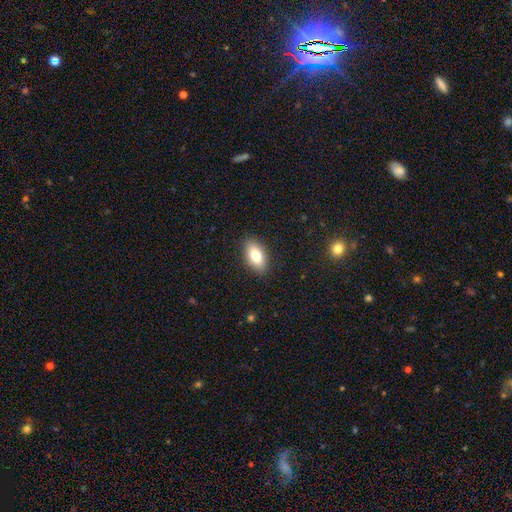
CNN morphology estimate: A smooth galaxy with no disk features (79%) that is in between round and cigar-shaped (90%).

Vote fractions:
- Smooth or featured? smooth: 79% / featured or disk: 13% / star or artifact: 7%
- How rounded? in between: 90% / cigar-shaped: 5% / round: 5%
- Merging? none: 88% / minor disturbance: 9% / major disturbance: 2% / merger: 1%